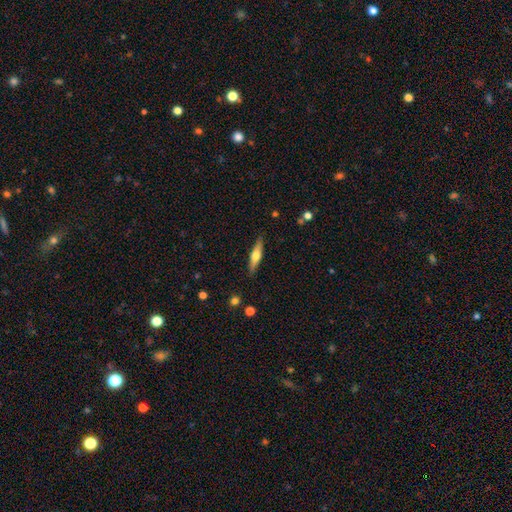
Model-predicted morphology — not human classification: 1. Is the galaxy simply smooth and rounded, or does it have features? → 49% featured or disk, 45% smooth, 6% star or artifact.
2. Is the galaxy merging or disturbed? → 88% none, 9% minor disturbance, 2% major disturbance, 1% merger.